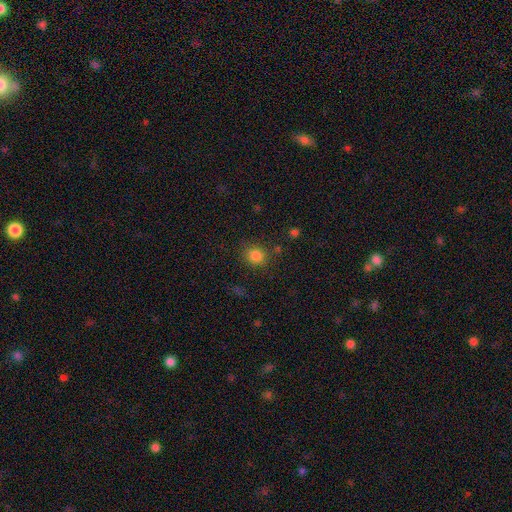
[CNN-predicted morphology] This appears to be a smooth galaxy with no disk features (83%) that is round (80%). Merging: none (81%).